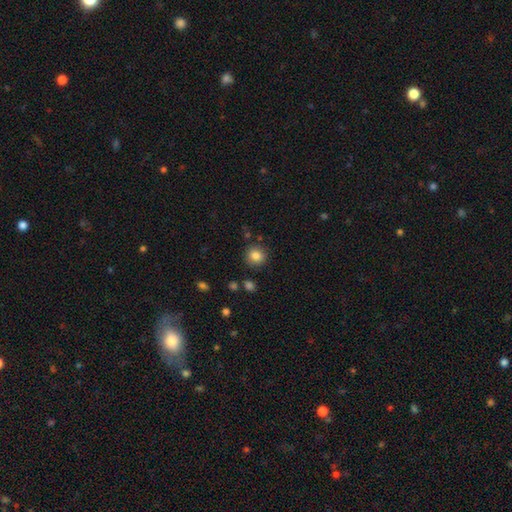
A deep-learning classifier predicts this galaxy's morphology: The model was most divided on "smooth or featured": smooth: 84%, star or artifact: 10%, featured or disk: 6%. More confident: how rounded — round (90%); merging — none (87%).